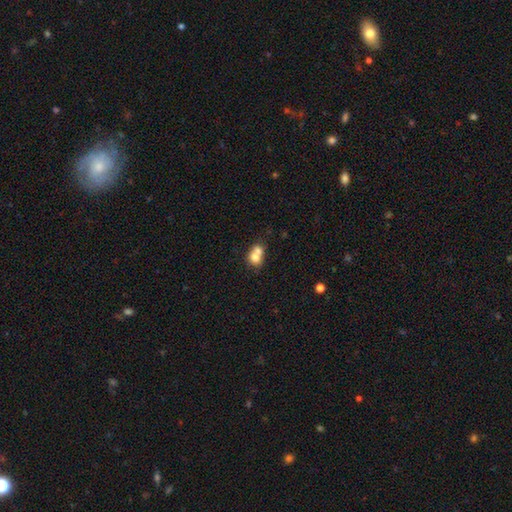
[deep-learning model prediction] Overall: smooth (71%). How rounded: round (67%; in between 32%). Merging: merger (67%).